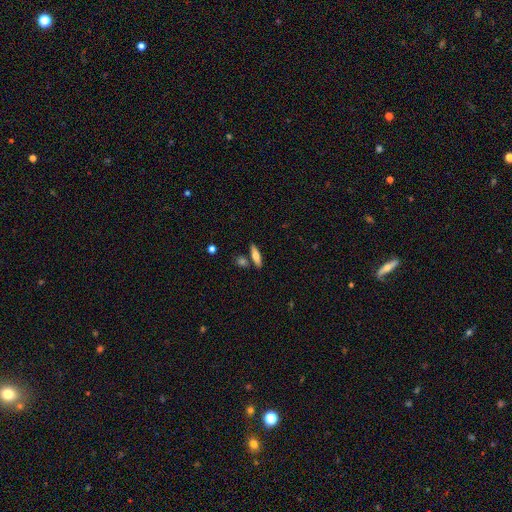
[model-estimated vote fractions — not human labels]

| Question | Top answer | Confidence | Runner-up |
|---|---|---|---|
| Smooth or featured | smooth | 58% | featured or disk (35%) |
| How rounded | cigar-shaped | 55% | in between (42%) |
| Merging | none | 78% | minor disturbance (10%) |